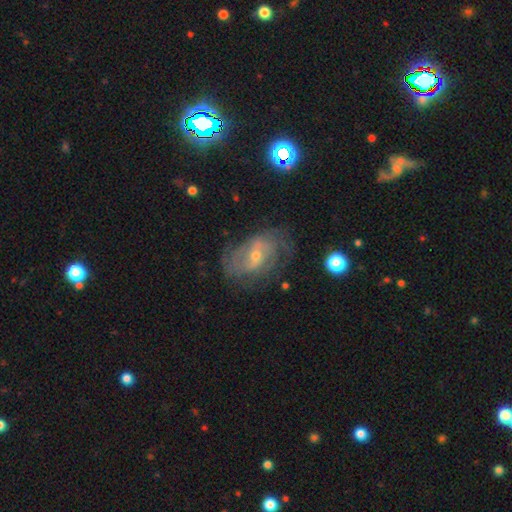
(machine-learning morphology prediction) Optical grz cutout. It shows a featured or disk galaxy (78%) with a weak bar (45%), 2 (40%) medium (42%) spiral arms (87%) and a small central bulge (66%). Merging: none (62%).